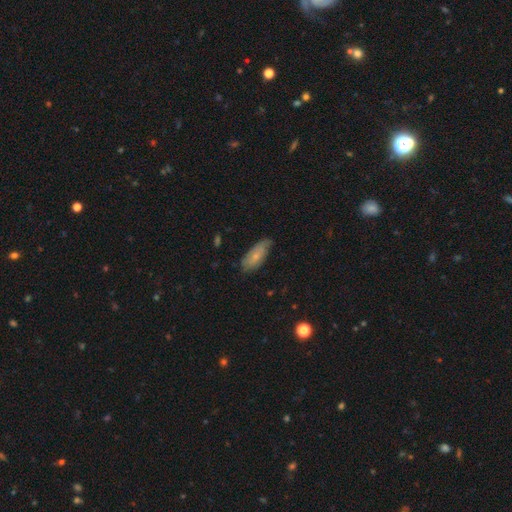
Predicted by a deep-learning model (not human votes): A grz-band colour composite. It shows a smooth galaxy with no disk features (69%) that is in between round and cigar-shaped (77%). Merging: none (64%).